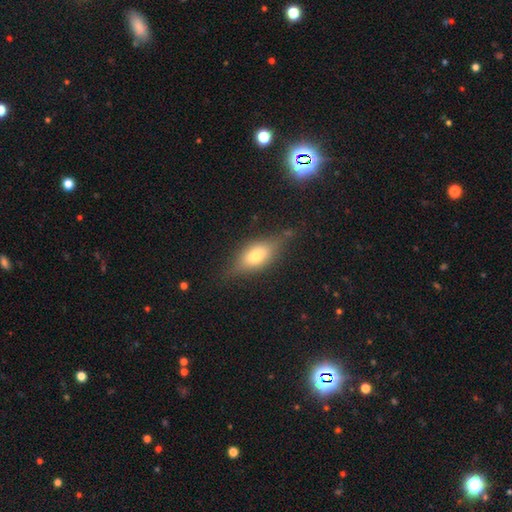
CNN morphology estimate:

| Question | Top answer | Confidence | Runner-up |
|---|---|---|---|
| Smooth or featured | smooth | 63% | featured or disk (28%) |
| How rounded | in between | 76% | cigar-shaped (16%) |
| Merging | none | 70% | minor disturbance (21%) |